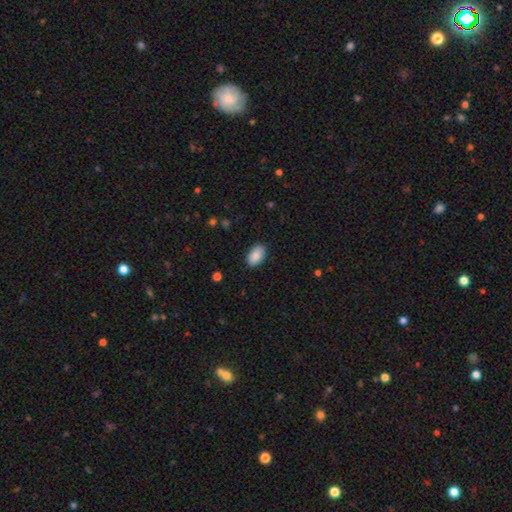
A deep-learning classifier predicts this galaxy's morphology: type=smooth (88%); roundness=in between (92%); merging=none (87%).